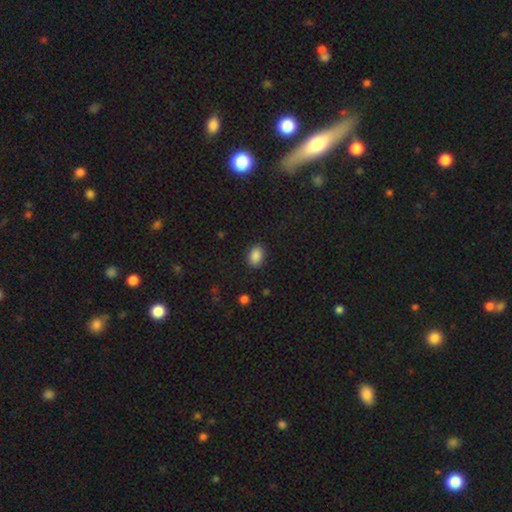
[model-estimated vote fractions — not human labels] Q: Smooth or featured?
A: smooth (88%); runner-up: star or artifact (9%)
Q: How rounded?
A: in between (75%); runner-up: round (24%)
Q: Merging?
A: none (88%); runner-up: minor disturbance (8%)